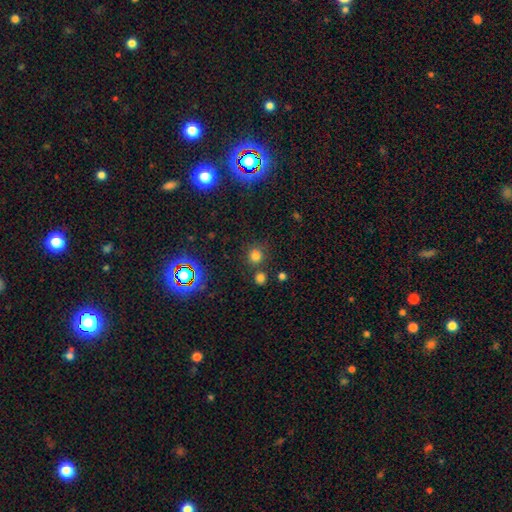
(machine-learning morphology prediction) Overall: smooth (72%). How rounded: round (89%). Merging: none (74%).